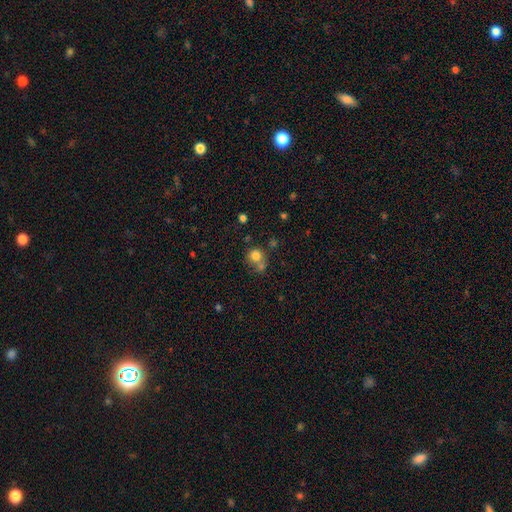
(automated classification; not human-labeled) The model was most divided on "merging": none: 47%, merger: 36%, minor disturbance: 12%, major disturbance: 5%. More confident: how rounded — round (85%); smooth or featured — smooth (78%).